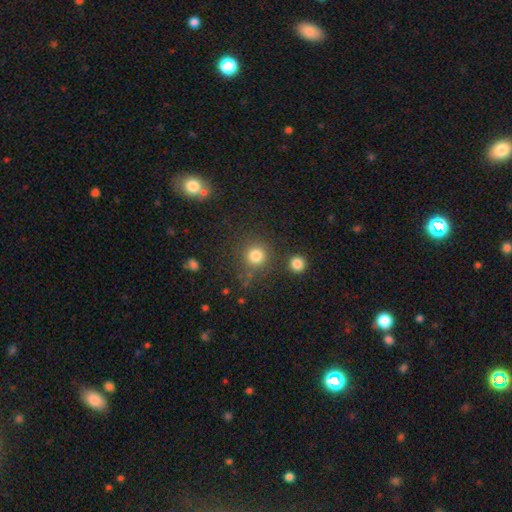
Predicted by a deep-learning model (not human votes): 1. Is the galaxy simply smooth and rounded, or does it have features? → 81% smooth, 14% star or artifact, 6% featured or disk.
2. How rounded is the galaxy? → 92% round, 7% in between, 1% cigar-shaped.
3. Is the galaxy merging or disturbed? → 78% none, 10% minor disturbance, 8% merger, 5% major disturbance.